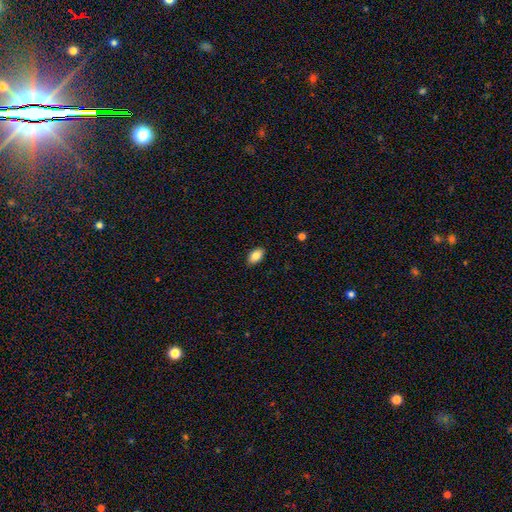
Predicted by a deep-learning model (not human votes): Overall: smooth (84%). How rounded: in between (92%). Merging: none (88%).